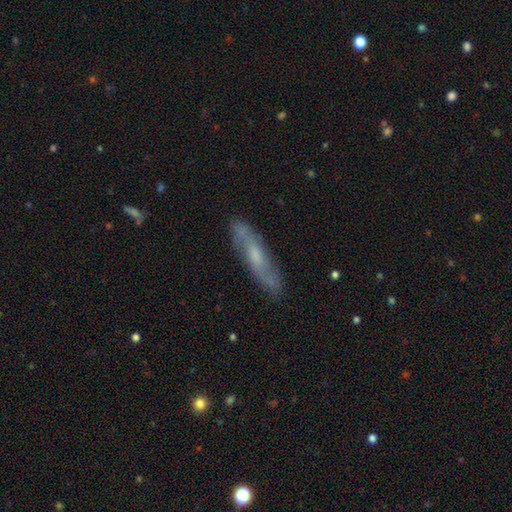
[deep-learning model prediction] Smooth or featured?
  - featured or disk: 65% *
  - smooth: 28%
  - star or artifact: 7%
Edge-on disk?
  - no: 62% *
  - yes: 38%
Merging?
  - none: 82% *
  - minor disturbance: 13%
  - major disturbance: 3%
  - merger: 2%